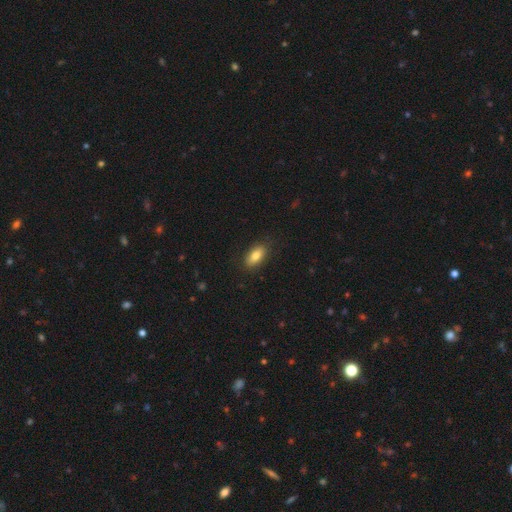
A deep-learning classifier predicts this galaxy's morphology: Q: Smooth or featured?
A: smooth (82%); runner-up: featured or disk (11%)
Q: How rounded?
A: in between (86%); runner-up: cigar-shaped (10%)
Q: Merging?
A: none (85%); runner-up: minor disturbance (11%)